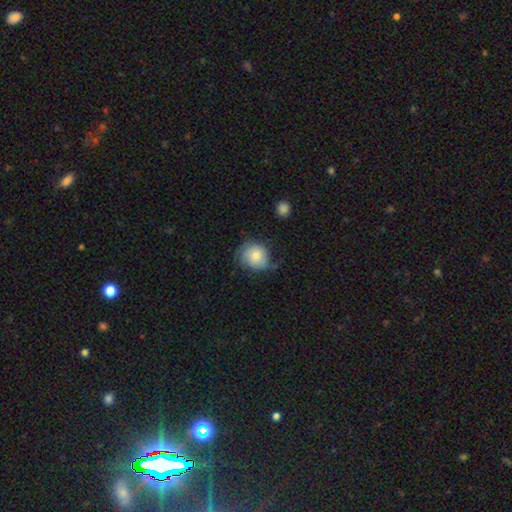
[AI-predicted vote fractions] This is likely a smooth galaxy (71%). How rounded: likely round (79%). Merging: possibly none (53%).